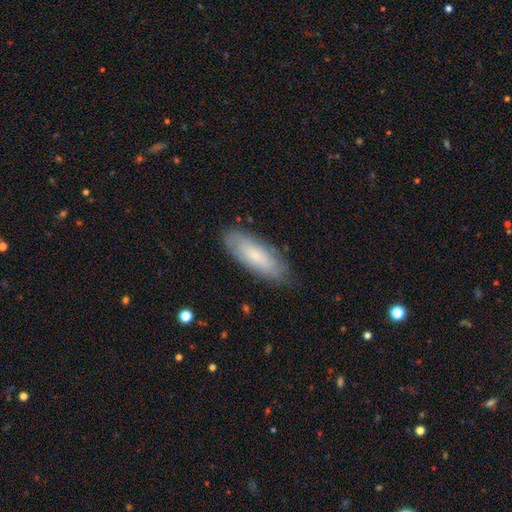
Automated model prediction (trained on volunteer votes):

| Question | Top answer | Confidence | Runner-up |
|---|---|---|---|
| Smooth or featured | smooth | 61% | featured or disk (32%) |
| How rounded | in between | 68% | cigar-shaped (31%) |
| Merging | none | 80% | minor disturbance (16%) |